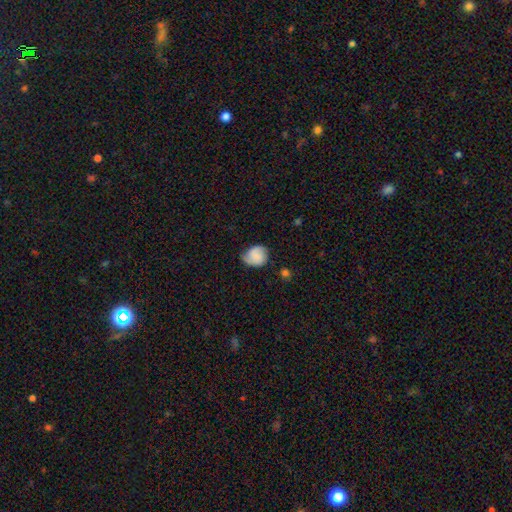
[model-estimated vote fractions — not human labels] Smooth or featured: smooth — 53% (featured or disk — 38%)
How rounded: round — 61% (in between — 38%)
Merging: none — 60% (minor disturbance — 31%)